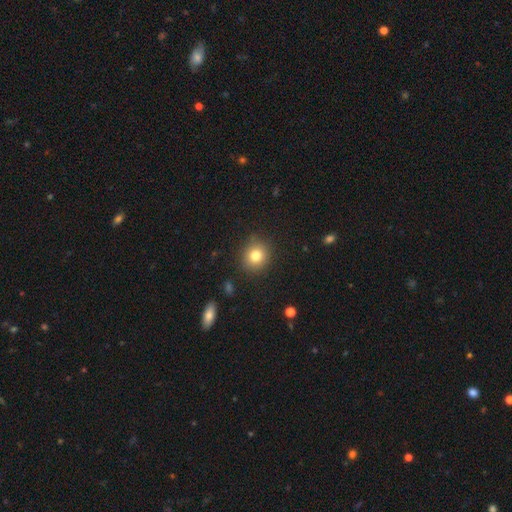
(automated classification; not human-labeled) Morphology: type=smooth (80%); roundness=round (83%); merging=none (88%).